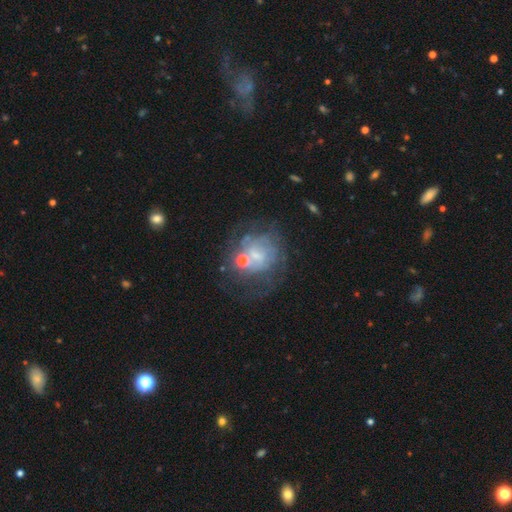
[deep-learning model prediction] Q: Smooth or featured?
A: featured or disk (63%); runner-up: smooth (25%)
Q: Edge-on disk?
A: no (98%); runner-up: yes (2%)
Q: Bar?
A: no (67%); runner-up: weak (28%)
Q: Spiral arms?
A: yes (58%); runner-up: no (42%)
Q: Bulge size?
A: small (50%); runner-up: moderate (28%)
Q: Merging?
A: none (46%); runner-up: major disturbance (22%)